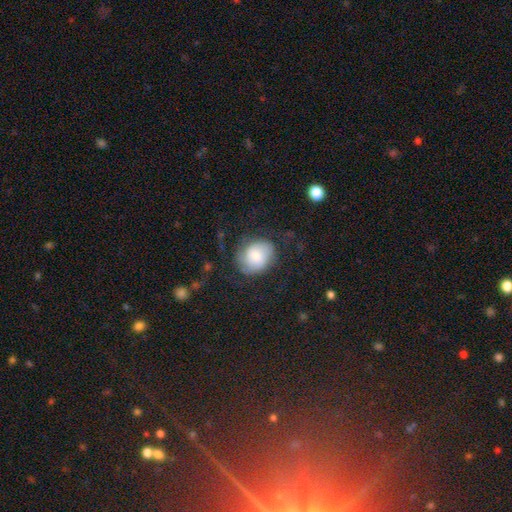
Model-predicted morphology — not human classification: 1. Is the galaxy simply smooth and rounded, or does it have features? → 58% smooth, 34% featured or disk, 8% star or artifact.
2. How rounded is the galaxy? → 60% round, 39% in between, 1% cigar-shaped.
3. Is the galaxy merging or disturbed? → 59% none, 21% minor disturbance, 18% major disturbance, 1% merger.